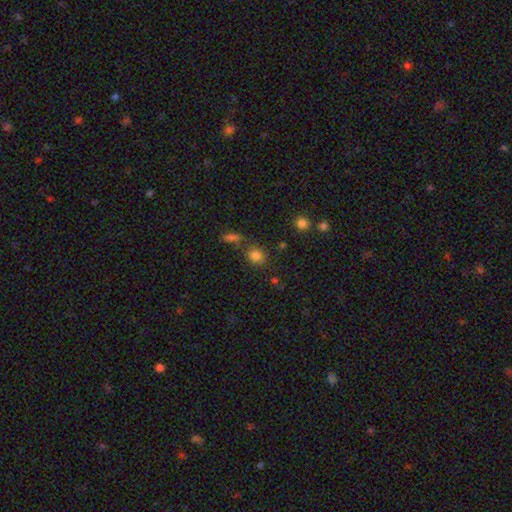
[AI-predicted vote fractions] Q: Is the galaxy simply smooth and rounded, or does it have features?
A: smooth — 79%.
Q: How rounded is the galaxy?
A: round — 75%.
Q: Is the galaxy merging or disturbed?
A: none — 71%.